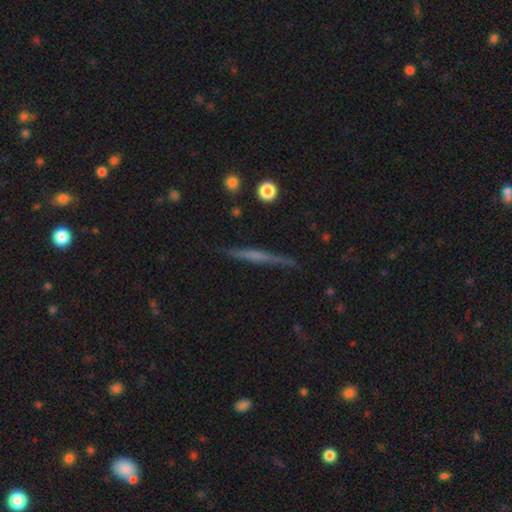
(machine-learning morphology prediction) type=featured or disk (60%); edge-on=yes (97%); edge-on bulge=none (58%); merging=none (87%).